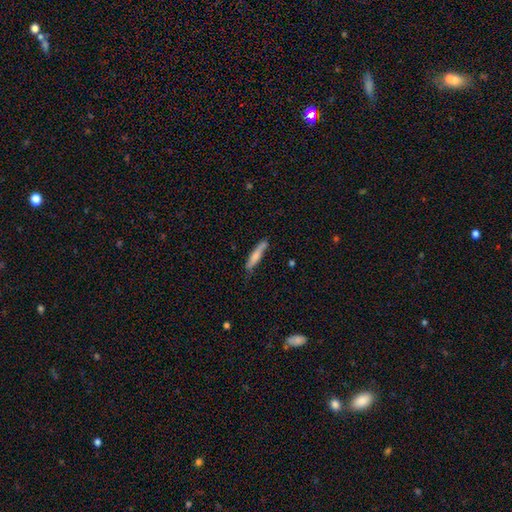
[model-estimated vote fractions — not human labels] A smooth galaxy with no disk features (69%) that is cigar-shaped (88%).

Vote fractions:
- Smooth or featured? smooth: 69% / featured or disk: 25% / star or artifact: 6%
- How rounded? cigar-shaped: 88% / in between: 10% / round: 1%
- Merging? none: 73% / minor disturbance: 20% / merger: 4% / major disturbance: 3%